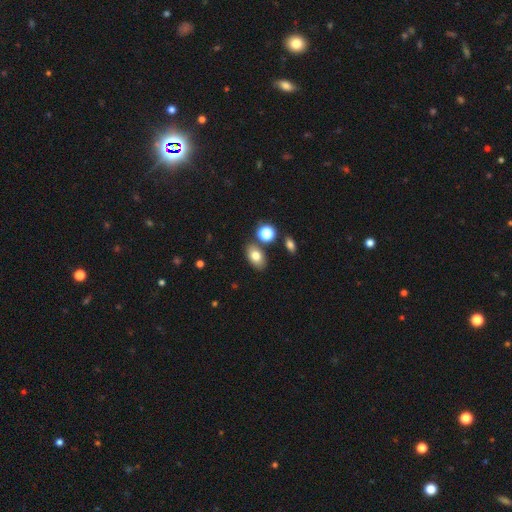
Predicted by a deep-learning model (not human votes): A smooth galaxy with no disk features (77%) that is in between round and cigar-shaped (87%).

Vote fractions:
- Smooth or featured? smooth: 77% / featured or disk: 13% / star or artifact: 10%
- How rounded? in between: 87% / round: 11% / cigar-shaped: 2%
- Merging? none: 78% / minor disturbance: 11% / merger: 9% / major disturbance: 3%